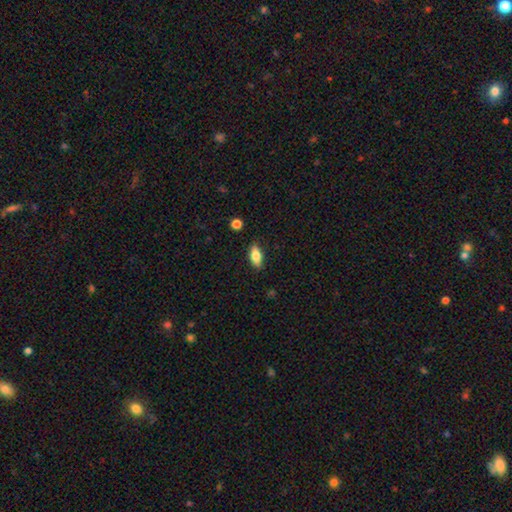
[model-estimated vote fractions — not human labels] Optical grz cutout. It shows a smooth galaxy with no disk features (78%) that is in between round and cigar-shaped (83%). Merging: none (85%).